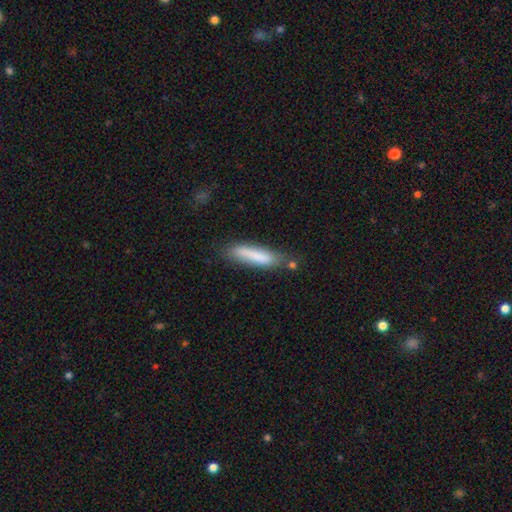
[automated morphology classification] This appears to be a smooth galaxy with no disk features (78%) that is cigar-shaped (80%). Merging: none (64%).